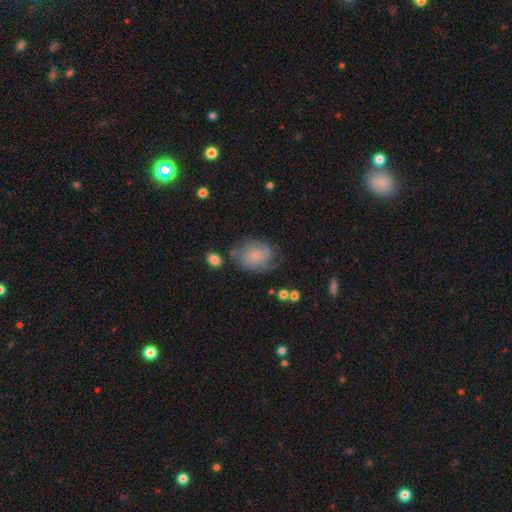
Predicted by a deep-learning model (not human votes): Morphology: type=smooth (53%); roundness=in between (59%); merging=none (51%).